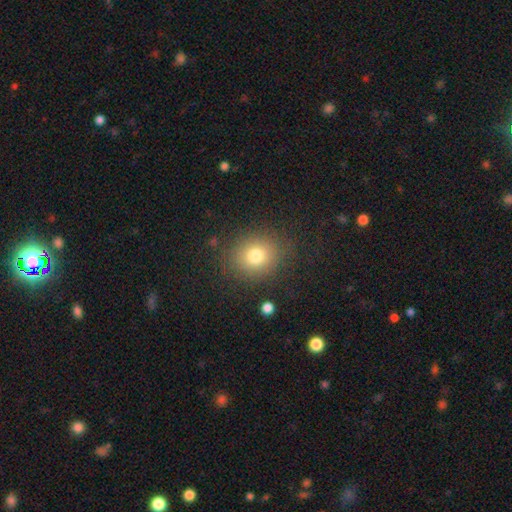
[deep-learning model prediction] Smooth or featured: smooth — 77% (star or artifact — 13%)
How rounded: round — 70% (in between — 29%)
Merging: none — 84% (minor disturbance — 10%)